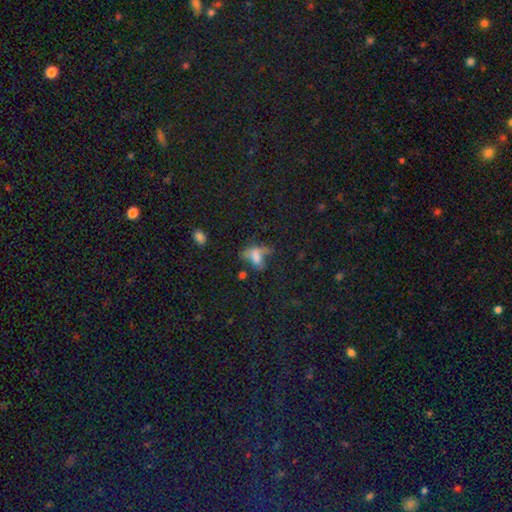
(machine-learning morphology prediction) Q: Smooth or featured?
A: smooth (53%); runner-up: star or artifact (24%)
Q: How rounded?
A: in between (78%); runner-up: round (13%)
Q: Merging?
A: major disturbance (37%); runner-up: none (28%)